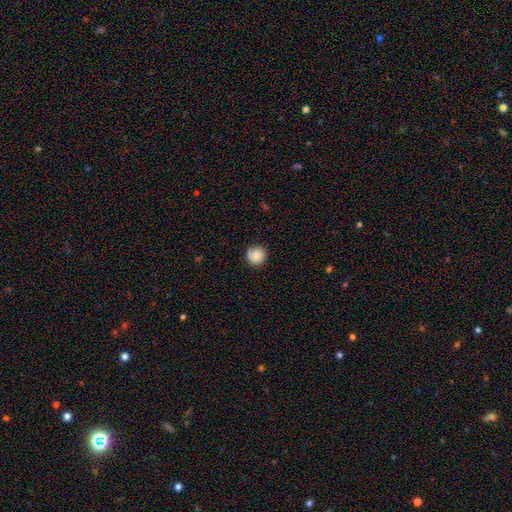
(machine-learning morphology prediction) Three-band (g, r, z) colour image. It shows a smooth galaxy with no disk features (79%) that is round (92%). Merging: none (79%).